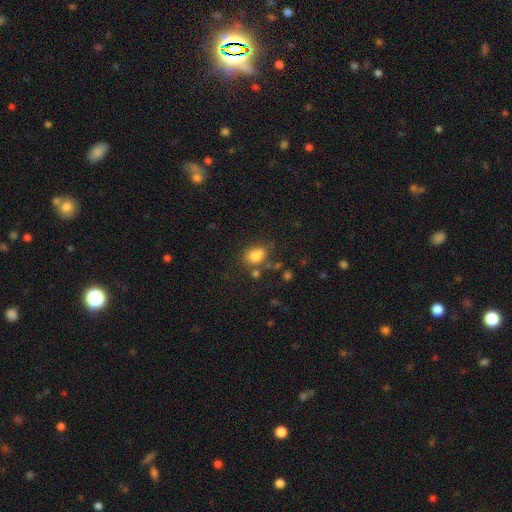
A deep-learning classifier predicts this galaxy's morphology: This appears to be a smooth galaxy with no disk features (81%) that is in between round and cigar-shaped (68%). Merging: none (60%).